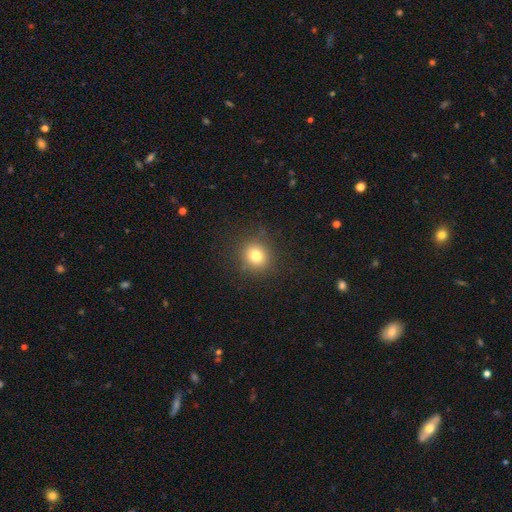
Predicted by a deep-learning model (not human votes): Smooth or featured?
  - smooth: 78% *
  - star or artifact: 14%
  - featured or disk: 8%
How rounded?
  - round: 85% *
  - in between: 14%
  - cigar-shaped: 1%
Merging?
  - none: 88% *
  - minor disturbance: 8%
  - major disturbance: 3%
  - merger: 1%